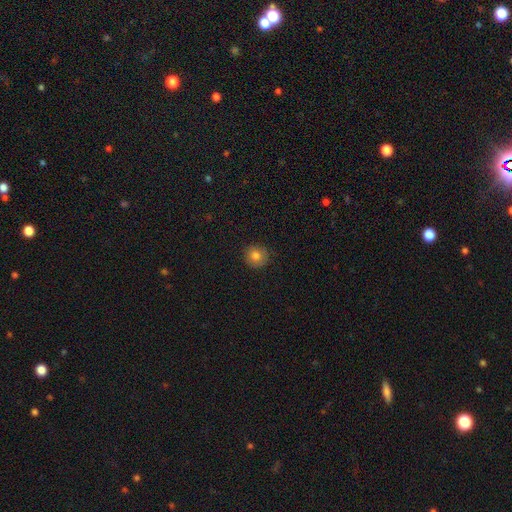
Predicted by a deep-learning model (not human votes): A smooth galaxy with no disk features (81%) that is round (91%). Merging: none (86%).